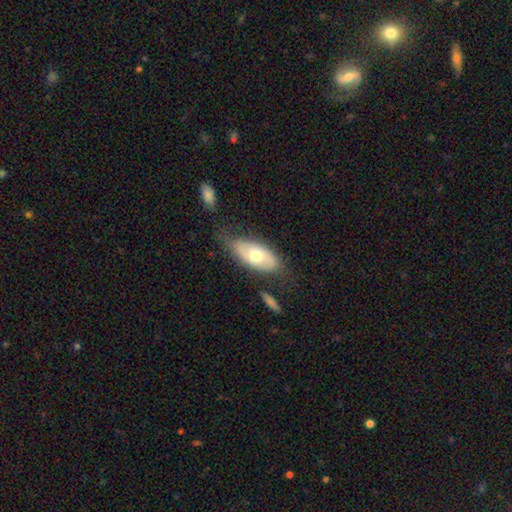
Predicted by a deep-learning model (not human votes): Smooth or featured? Predicted: smooth (p=0.58). How rounded? Predicted: in between (p=0.89). Merging? Predicted: none (p=0.65).